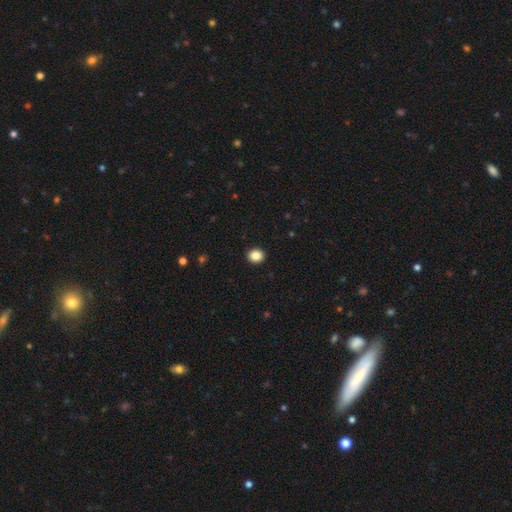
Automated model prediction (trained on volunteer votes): This is clearly a smooth galaxy (87%). How rounded: likely round (70%). Merging: clearly none (92%).